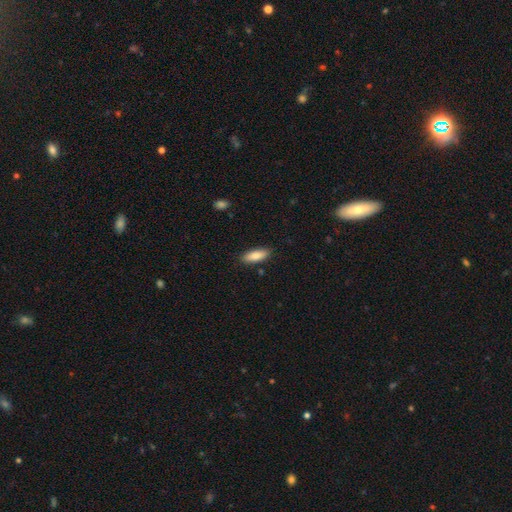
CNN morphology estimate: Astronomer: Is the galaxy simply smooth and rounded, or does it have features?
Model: smooth — 83%.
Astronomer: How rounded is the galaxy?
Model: in between — 67%.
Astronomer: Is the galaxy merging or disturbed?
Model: none — 87%.